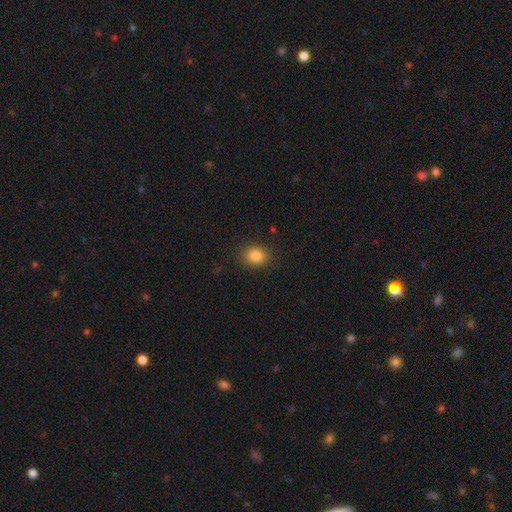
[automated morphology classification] Smooth or featured?
  - smooth: 85% *
  - star or artifact: 10%
  - featured or disk: 5%
How rounded?
  - round: 53% *
  - in between: 46%
  - cigar-shaped: 1%
Merging?
  - none: 88% *
  - minor disturbance: 8%
  - major disturbance: 3%
  - merger: 1%